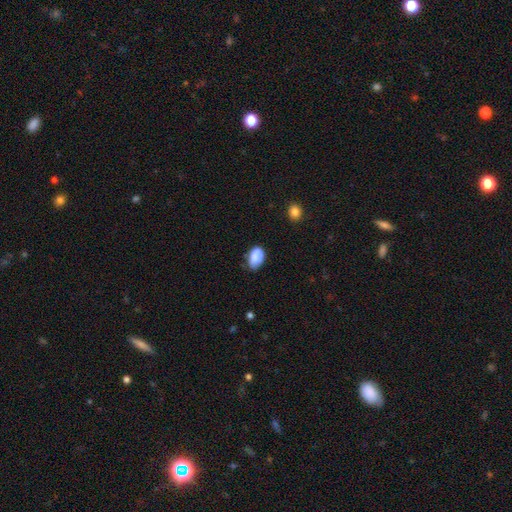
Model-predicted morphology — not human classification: smooth_or_featured: smooth (p=0.78) [alt: featured or disk p=0.14]
how_rounded: in between (p=0.89) [alt: round p=0.09]
merging: none (p=0.52) [alt: minor disturbance p=0.34]